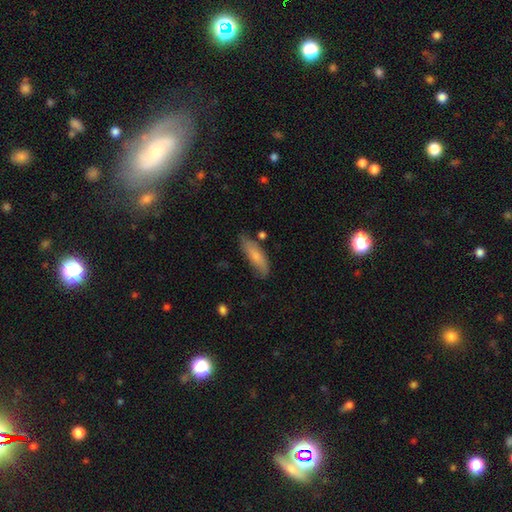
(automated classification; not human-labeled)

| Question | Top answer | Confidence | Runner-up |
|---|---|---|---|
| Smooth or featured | smooth | 73% | featured or disk (20%) |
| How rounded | cigar-shaped | 50% | in between (48%) |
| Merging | none | 69% | minor disturbance (22%) |